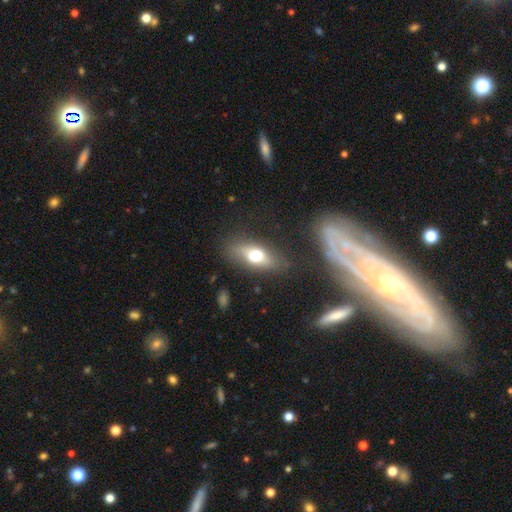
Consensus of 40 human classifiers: This is likely a smooth galaxy (68%). How rounded: clearly in between (85%). Merging: likely none (72%).